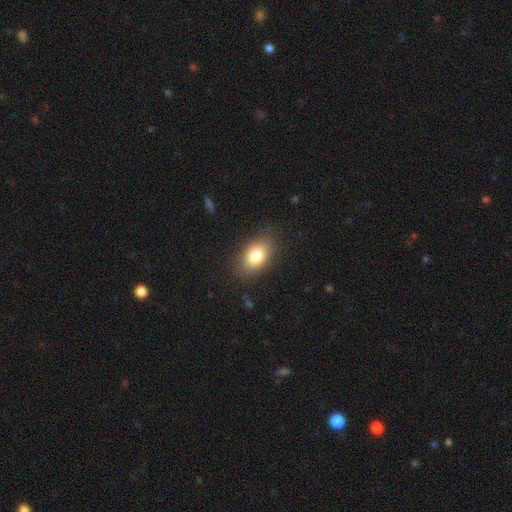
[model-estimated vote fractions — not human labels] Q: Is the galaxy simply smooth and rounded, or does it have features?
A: smooth — 81%.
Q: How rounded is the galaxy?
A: in between — 88%.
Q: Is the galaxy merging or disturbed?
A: none — 85%.